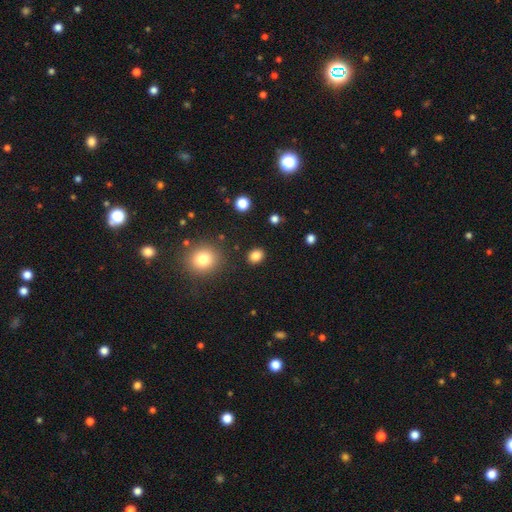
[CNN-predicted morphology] type=smooth (84%); roundness=round (57%); merging=none (88%).